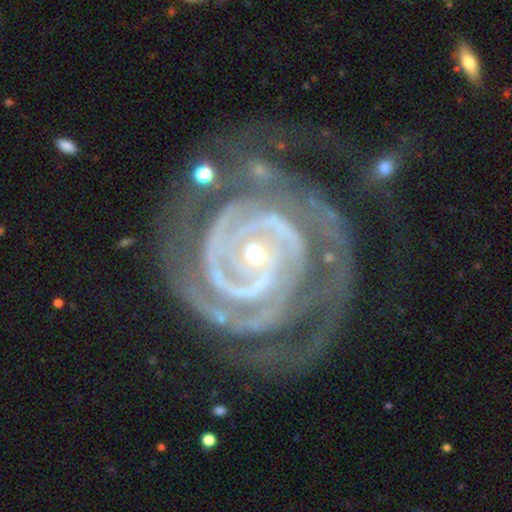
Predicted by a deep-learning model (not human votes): This appears to be a featured or disk galaxy (93%) with no bar (57%), 2 (45%) tight (81%) spiral arms (98%) and a small central bulge (75%). Merging: none (56%).